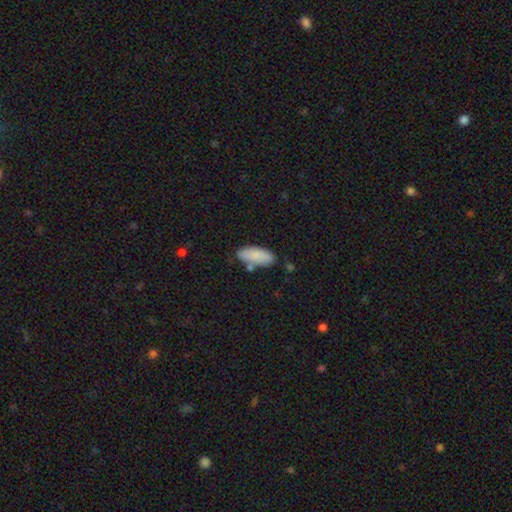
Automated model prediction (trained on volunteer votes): Smooth or featured?
  - smooth: 85% *
  - featured or disk: 9%
  - star or artifact: 6%
How rounded?
  - in between: 79% *
  - cigar-shaped: 19%
  - round: 2%
Merging?
  - none: 73% *
  - minor disturbance: 16%
  - merger: 8%
  - major disturbance: 3%